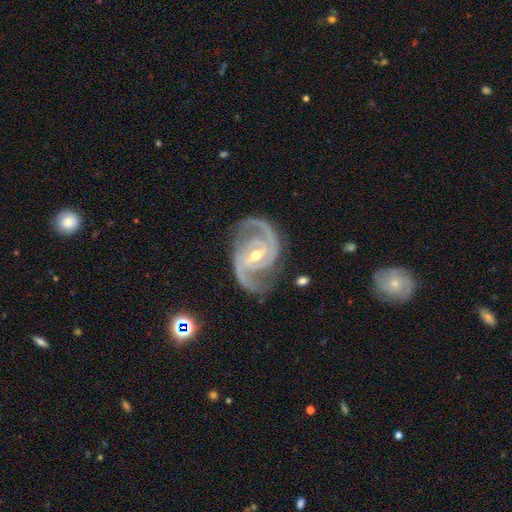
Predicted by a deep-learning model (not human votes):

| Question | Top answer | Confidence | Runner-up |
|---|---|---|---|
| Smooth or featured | featured or disk | 93% | star or artifact (4%) |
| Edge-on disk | no | 98% | yes (2%) |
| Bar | weak | 45% | strong (29%) |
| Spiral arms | yes | 99% | no (1%) |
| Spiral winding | medium | 52% | tight (39%) |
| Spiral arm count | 2 | 81% | 3 (11%) |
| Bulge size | moderate | 54% | small (43%) |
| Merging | none | 77% | minor disturbance (16%) |